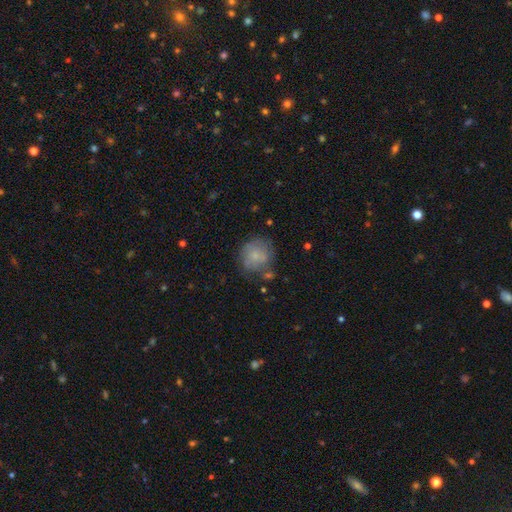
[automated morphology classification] smooth-or-featured: smooth: 66% | featured or disk: 25% | star or artifact: 9%
  how-rounded: round: 85% | in between: 14% | cigar-shaped: 1%
  merging: none: 60% | minor disturbance: 23% | major disturbance: 11% | merger: 6%